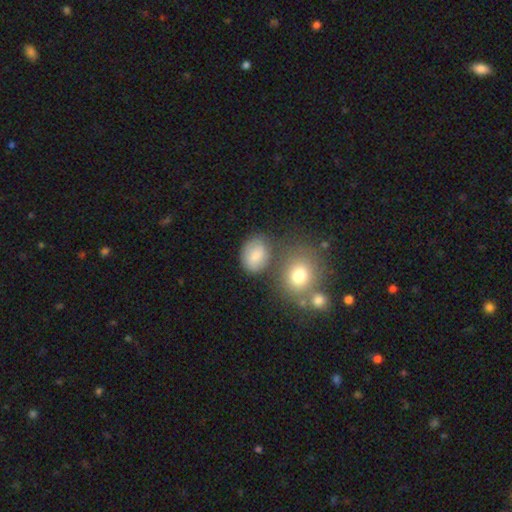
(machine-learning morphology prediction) Smooth or featured? Predicted: smooth (p=0.77). How rounded? Predicted: in between (p=0.63). Merging? Predicted: none (p=0.67).